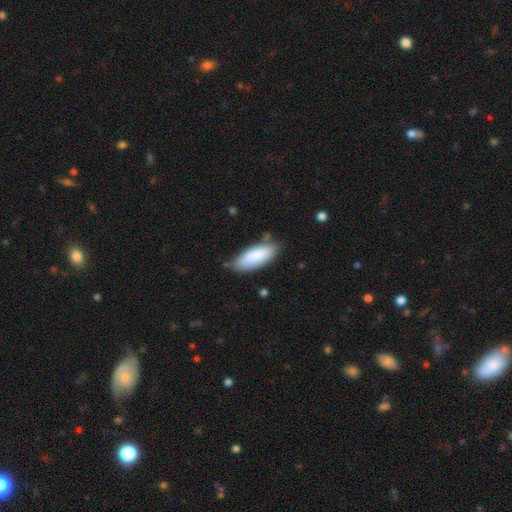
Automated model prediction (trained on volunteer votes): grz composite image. It shows a smooth galaxy with no disk features (85%) that is in between round and cigar-shaped (74%). Merging: none (70%).